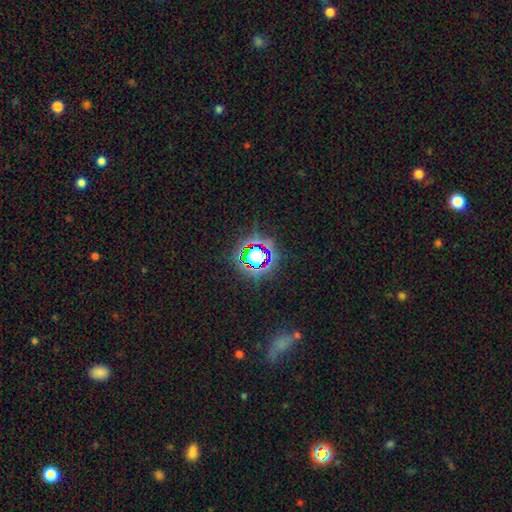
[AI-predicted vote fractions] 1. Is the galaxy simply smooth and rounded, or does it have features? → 70% star or artifact, 19% smooth, 11% featured or disk.